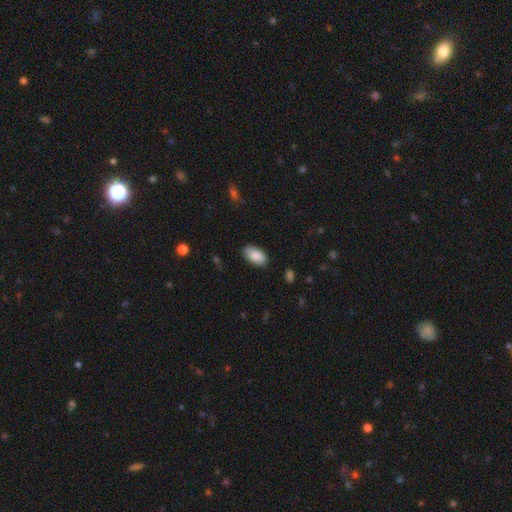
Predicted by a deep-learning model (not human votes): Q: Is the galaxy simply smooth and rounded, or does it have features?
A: smooth — 88%.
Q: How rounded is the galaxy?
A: in between — 95%.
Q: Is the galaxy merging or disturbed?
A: none — 86%.